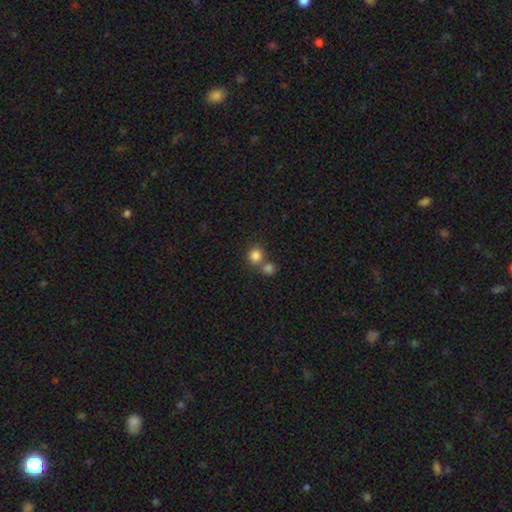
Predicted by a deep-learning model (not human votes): Overall: smooth (83%). How rounded: round (88%). Merging: none (56%; merger 34%).